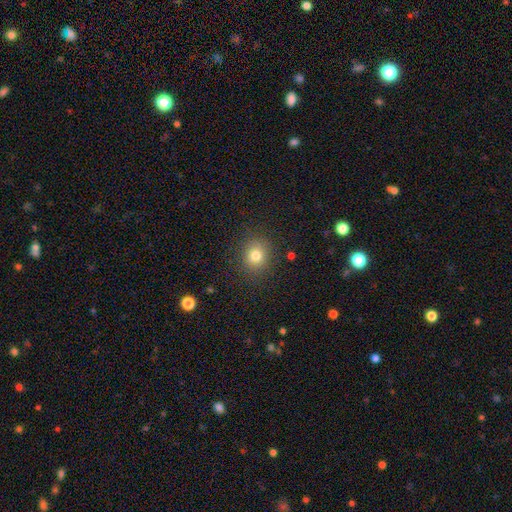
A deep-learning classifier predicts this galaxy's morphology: smooth_or_featured: smooth (p=0.79) [alt: star or artifact p=0.13]
how_rounded: round (p=0.78) [alt: in between p=0.21]
merging: none (p=0.87) [alt: minor disturbance p=0.09]